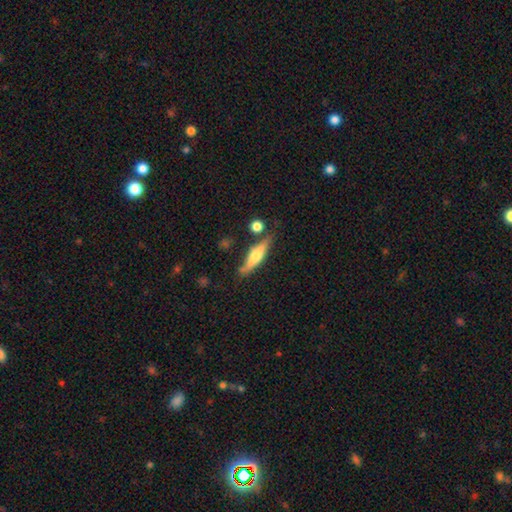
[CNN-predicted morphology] featured or disk 51%, smooth 43%, star or artifact 6%. Down the decision tree: edge-on disk — yes (91%); merging — none (74%).